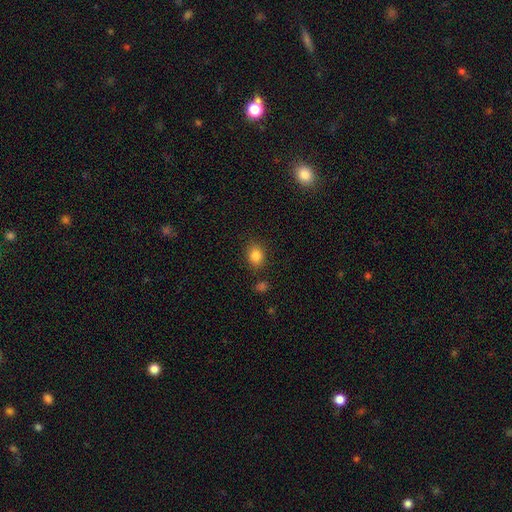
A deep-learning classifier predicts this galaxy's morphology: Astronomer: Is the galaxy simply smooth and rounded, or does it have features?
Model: smooth — 84%.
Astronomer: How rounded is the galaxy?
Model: in between — 54% (runner-up: round, 45%).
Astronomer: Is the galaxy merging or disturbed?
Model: none — 81%.